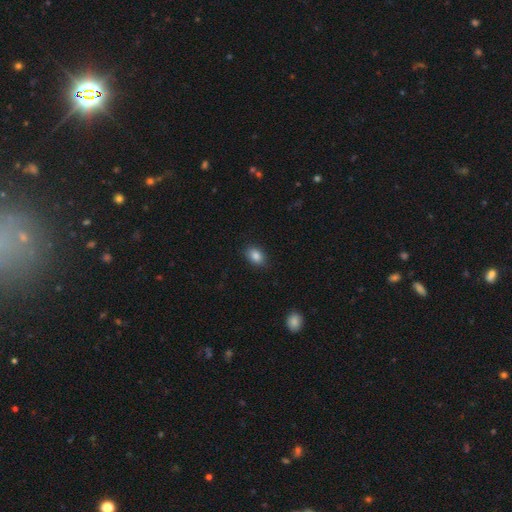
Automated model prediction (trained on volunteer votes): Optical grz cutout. It shows a smooth galaxy with no disk features (86%) that is in between round and cigar-shaped (79%). Merging: none (87%).